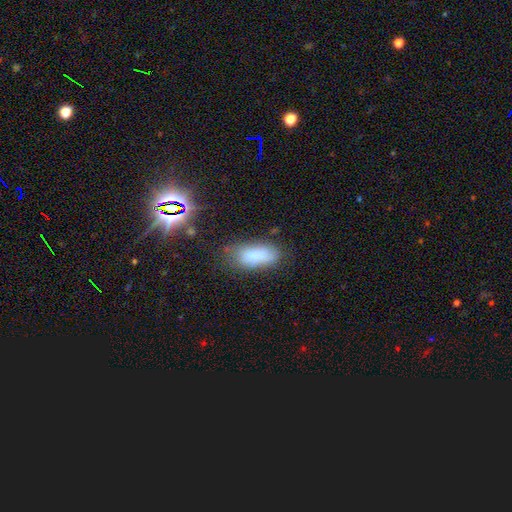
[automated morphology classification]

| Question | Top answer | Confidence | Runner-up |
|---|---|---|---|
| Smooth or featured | smooth | 78% | featured or disk (11%) |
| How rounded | in between | 85% | cigar-shaped (12%) |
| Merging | none | 61% | minor disturbance (26%) |